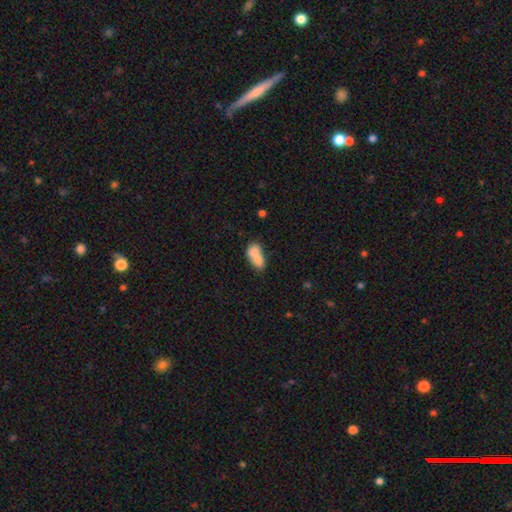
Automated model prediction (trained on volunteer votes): Smooth or featured?
  - smooth: 75% *
  - featured or disk: 16%
  - star or artifact: 9%
How rounded?
  - in between: 85% *
  - round: 8%
  - cigar-shaped: 7%
Merging?
  - merger: 44% *
  - none: 31%
  - minor disturbance: 17%
  - major disturbance: 8%